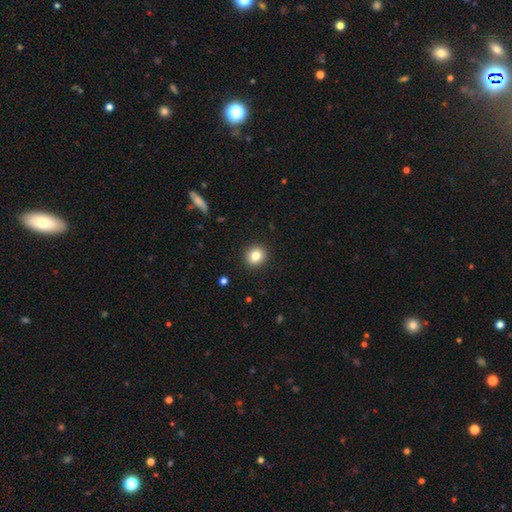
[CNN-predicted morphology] Smooth or featured: smooth — 82% (star or artifact — 10%)
How rounded: round — 88% (in between — 11%)
Merging: none — 92% (minor disturbance — 5%)